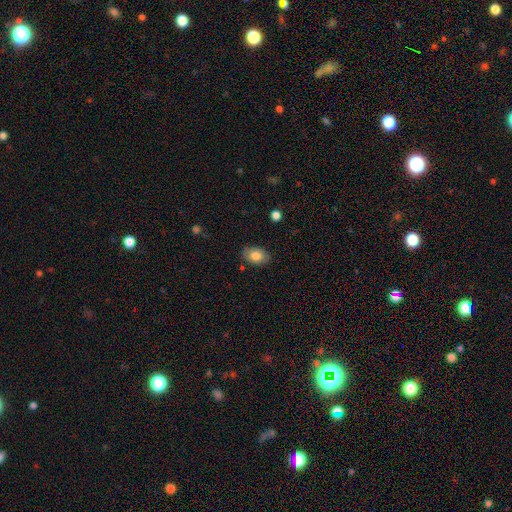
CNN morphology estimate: Smooth or featured? smooth (81%)
How rounded? in between (85%)
Merging? none (85%)